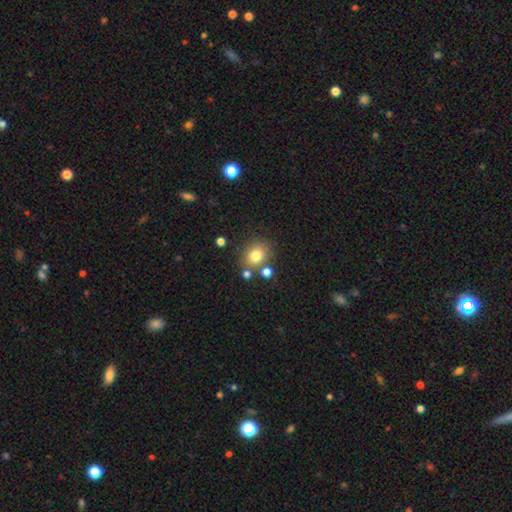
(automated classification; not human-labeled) Smooth or featured? Predicted: smooth (p=0.78). How rounded? Predicted: round (p=0.64). Merging? Predicted: none (p=0.72).